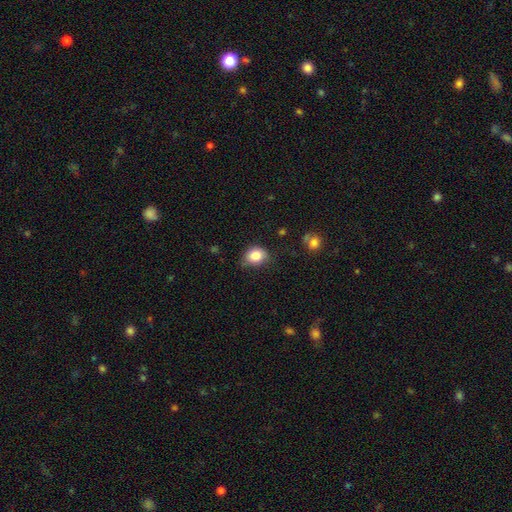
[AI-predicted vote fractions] This appears to be a smooth galaxy with no disk features (83%) that is round (54%). Merging: none (69%).